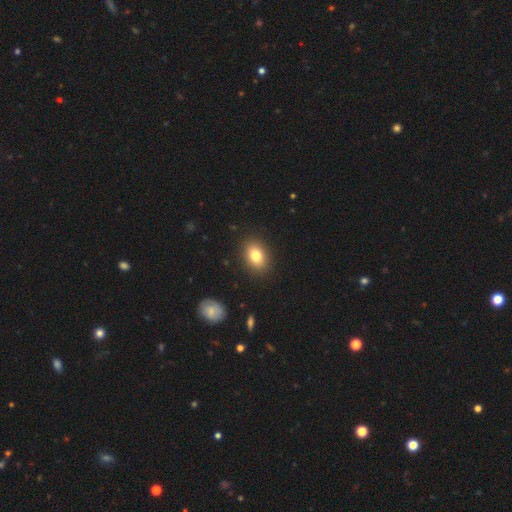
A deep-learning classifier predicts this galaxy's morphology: This appears to be a smooth galaxy with no disk features (81%) that is in between round and cigar-shaped (76%). Merging: none (88%).